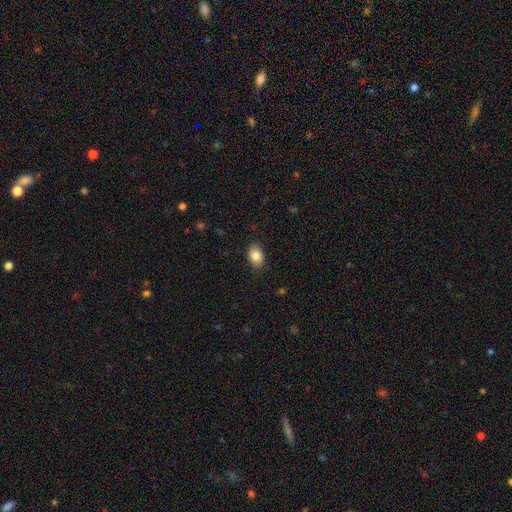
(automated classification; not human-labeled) A smooth galaxy with no disk features (84%) that is in between round and cigar-shaped (81%).

Vote fractions:
- Smooth or featured? smooth: 84% / star or artifact: 8% / featured or disk: 7%
- How rounded? in between: 81% / round: 18% / cigar-shaped: 1%
- Merging? none: 86% / minor disturbance: 11% / major disturbance: 2% / merger: 1%